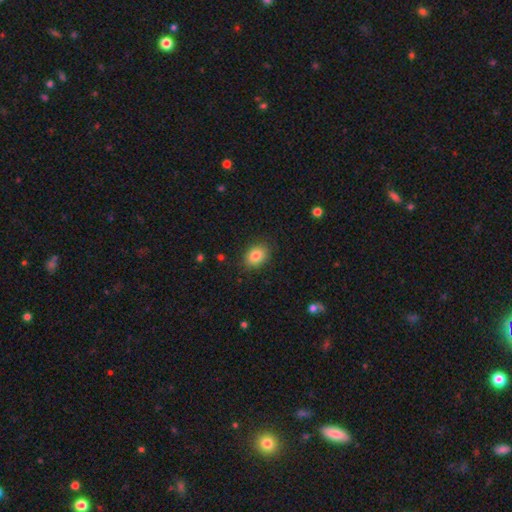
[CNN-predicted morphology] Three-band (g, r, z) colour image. It shows a smooth galaxy with no disk features (84%) that is in between round and cigar-shaped (64%). Merging: none (86%).